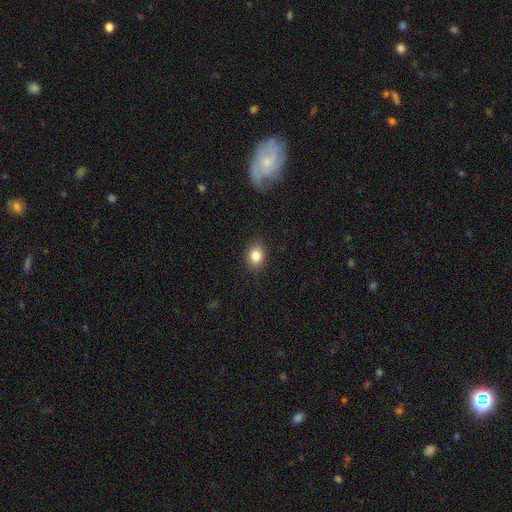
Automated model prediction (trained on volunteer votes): This is clearly a smooth galaxy (84%). How rounded: likely in between (63%). Merging: clearly none (87%).